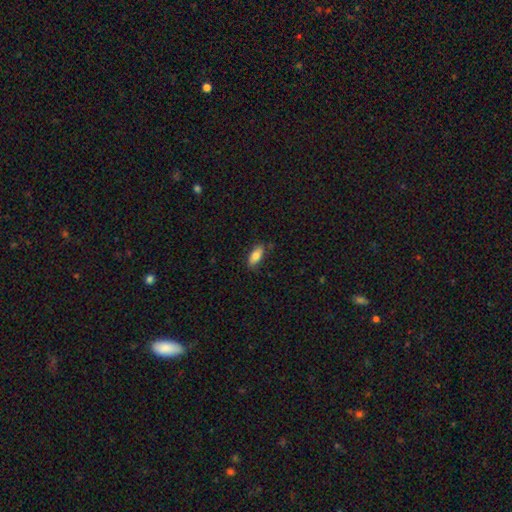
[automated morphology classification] smooth_or_featured: smooth (p=0.80) [alt: featured or disk p=0.13]
how_rounded: in between (p=0.83) [alt: cigar-shaped p=0.14]
merging: none (p=0.79) [alt: minor disturbance p=0.16]